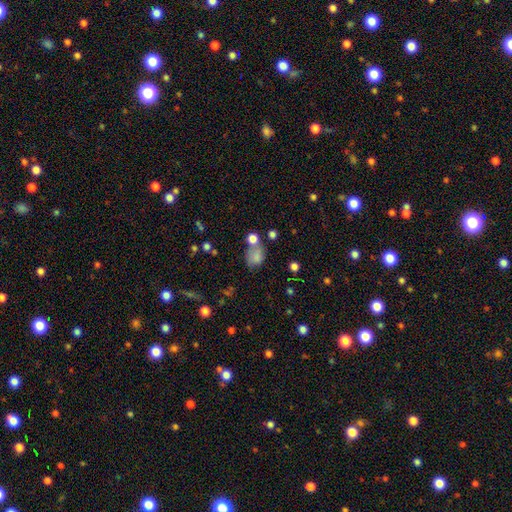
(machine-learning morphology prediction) This appears to be a smooth galaxy with no disk features (73%) that is in between round and cigar-shaped (56%). Merging: none (38%).